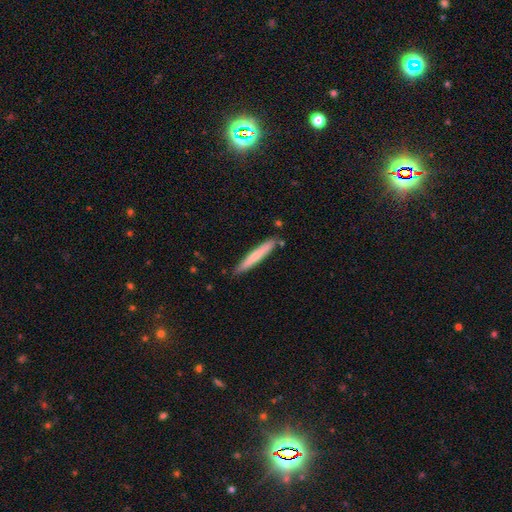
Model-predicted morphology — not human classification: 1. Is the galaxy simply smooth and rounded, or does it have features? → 69% smooth, 26% featured or disk, 5% star or artifact.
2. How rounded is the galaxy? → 96% cigar-shaped, 3% in between, 1% round.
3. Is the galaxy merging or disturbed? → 84% none, 11% minor disturbance, 3% merger, 2% major disturbance.